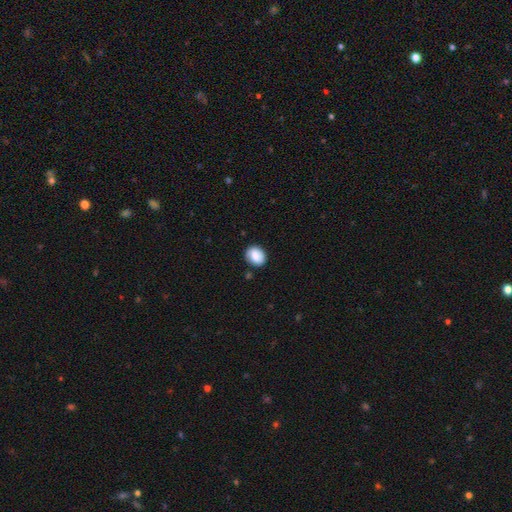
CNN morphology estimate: Smooth or featured: smooth — 81% (featured or disk — 11%)
How rounded: in between — 49% (tied with round — 49%)
Merging: none — 83% (minor disturbance — 12%)